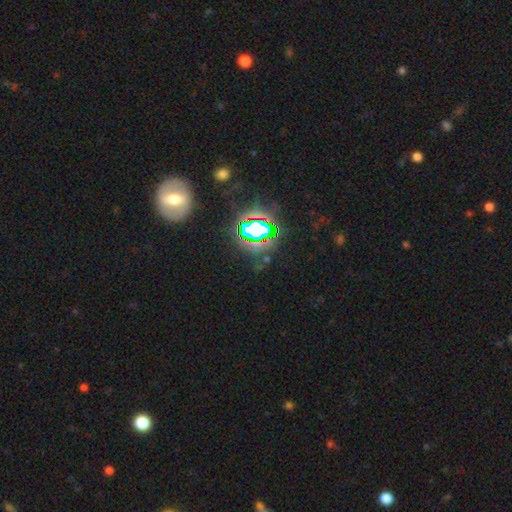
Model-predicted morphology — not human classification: smooth-or-featured: star or artifact: 68% | smooth: 16% | featured or disk: 16%